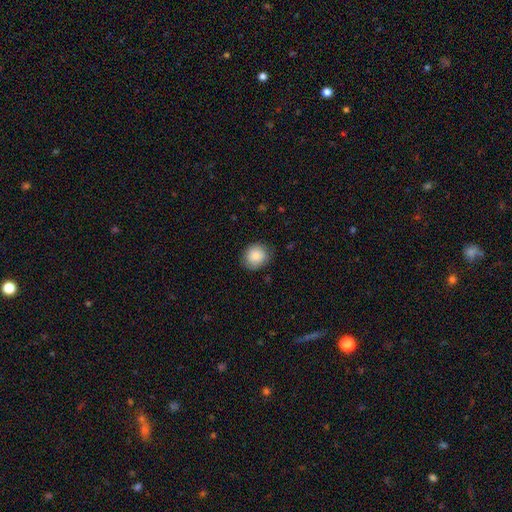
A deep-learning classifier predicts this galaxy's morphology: A smooth galaxy with no disk features (85%) that is round (76%).

Vote fractions:
- Smooth or featured? smooth: 85% / featured or disk: 8% / star or artifact: 7%
- How rounded? round: 76% / in between: 23% / cigar-shaped: 1%
- Merging? none: 82% / minor disturbance: 14% / major disturbance: 3% / merger: 1%